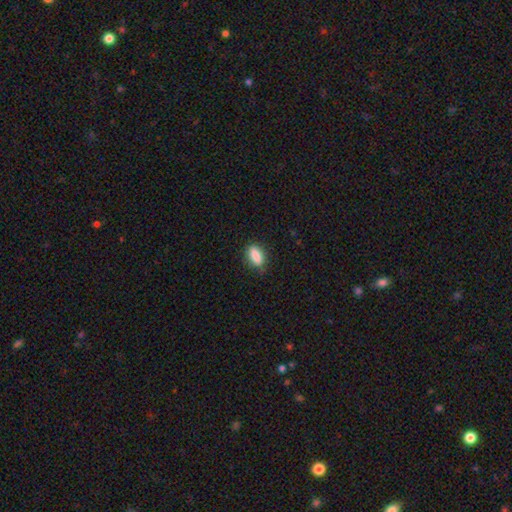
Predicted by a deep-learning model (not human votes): This is clearly a smooth galaxy (85%). How rounded: likely in between (73%). Merging: clearly none (80%).